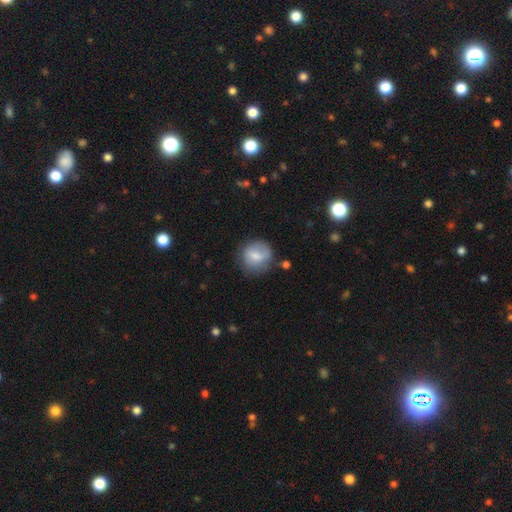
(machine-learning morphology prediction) type=smooth (72%); roundness=round (80%); merging=none (65%).